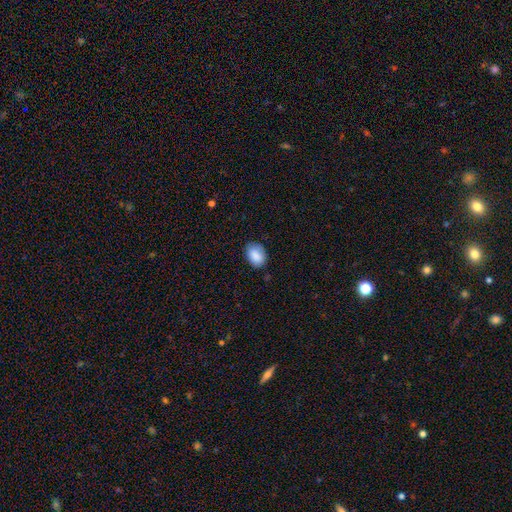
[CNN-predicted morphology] A smooth galaxy with no disk features (87%) that is in between round and cigar-shaped (80%).

Vote fractions:
- Smooth or featured? smooth: 87% / star or artifact: 7% / featured or disk: 6%
- How rounded? in between: 80% / round: 19% / cigar-shaped: 1%
- Merging? none: 74% / minor disturbance: 21% / major disturbance: 4% / merger: 2%